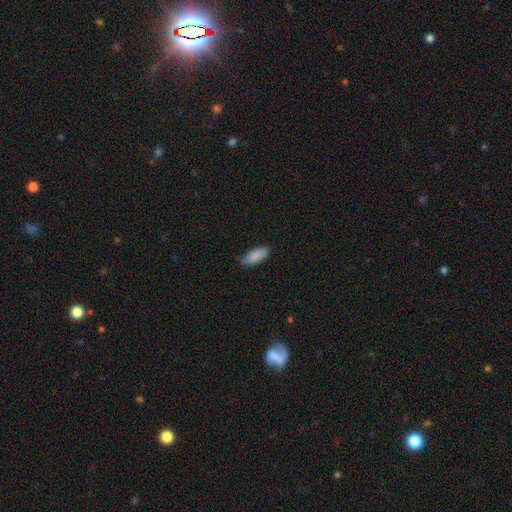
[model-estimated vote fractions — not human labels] Smooth or featured?
  - smooth: 87% *
  - featured or disk: 7%
  - star or artifact: 6%
How rounded?
  - in between: 79% *
  - cigar-shaped: 20%
  - round: 2%
Merging?
  - none: 78% *
  - minor disturbance: 19%
  - major disturbance: 3%
  - merger: 1%